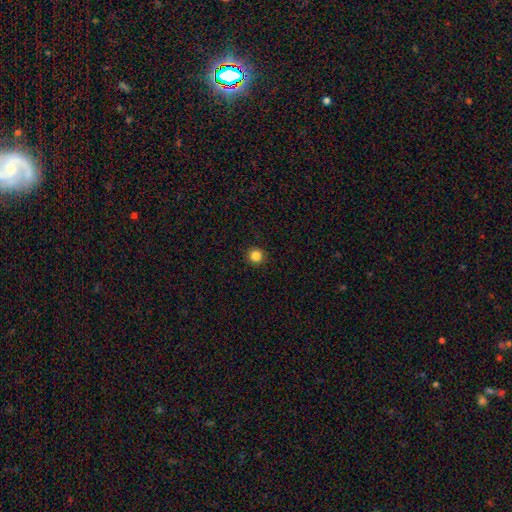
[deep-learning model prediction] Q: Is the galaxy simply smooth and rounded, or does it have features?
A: smooth — 85%.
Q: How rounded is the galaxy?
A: round — 96%.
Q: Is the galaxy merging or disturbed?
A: none — 93%.